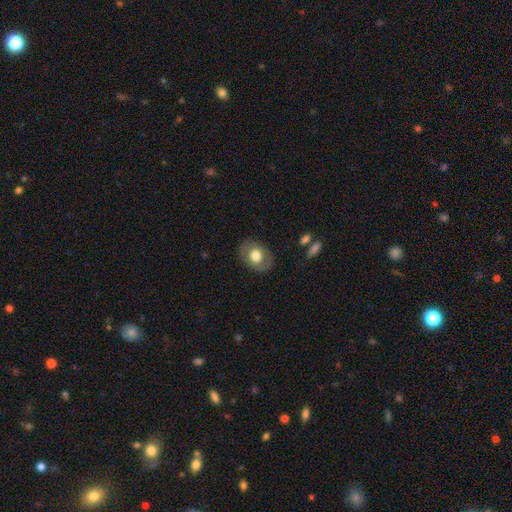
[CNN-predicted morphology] Smooth or featured? Predicted: smooth (p=0.64). How rounded? Predicted: in between (p=0.64). Merging? Predicted: none (p=0.83).